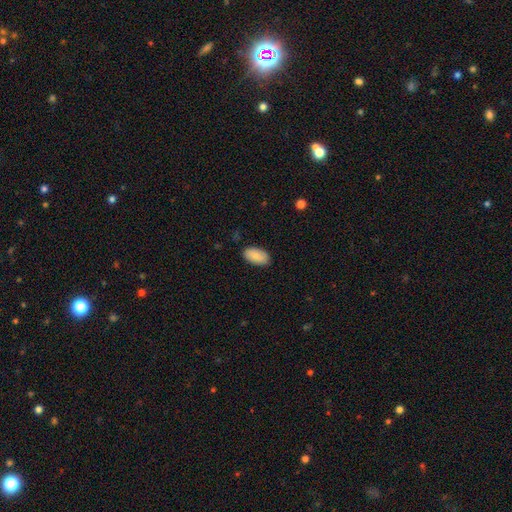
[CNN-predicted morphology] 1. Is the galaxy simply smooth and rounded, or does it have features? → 85% smooth, 9% featured or disk, 6% star or artifact.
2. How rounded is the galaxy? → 95% in between, 3% round, 2% cigar-shaped.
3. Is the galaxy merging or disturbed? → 84% none, 12% minor disturbance, 2% major disturbance, 1% merger.